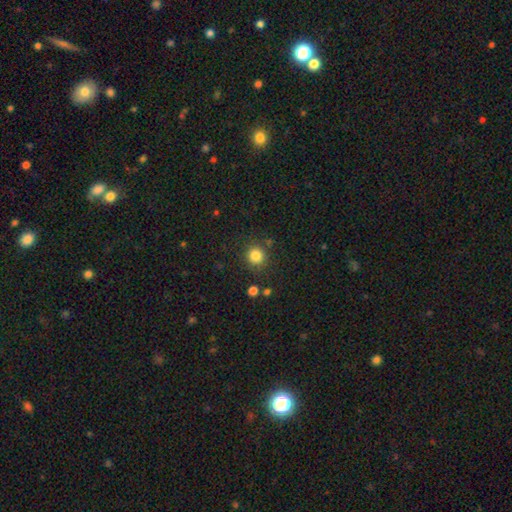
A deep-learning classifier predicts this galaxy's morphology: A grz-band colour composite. It shows a smooth galaxy with no disk features (84%) that is round (92%). Merging: none (85%).